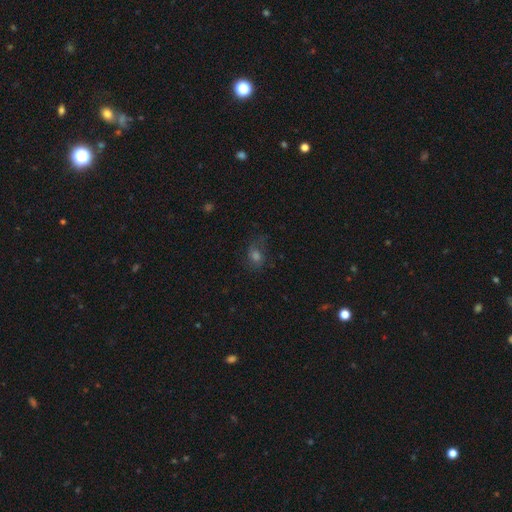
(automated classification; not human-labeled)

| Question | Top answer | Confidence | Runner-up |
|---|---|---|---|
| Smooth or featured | smooth | 52% | star or artifact (27%) |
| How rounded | in between | 58% | round (39%) |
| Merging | none | 61% | minor disturbance (23%) |